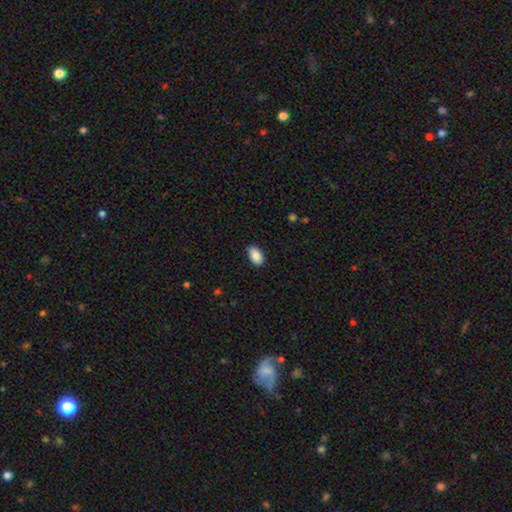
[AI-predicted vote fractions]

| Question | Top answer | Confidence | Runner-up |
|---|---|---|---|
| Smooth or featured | smooth | 90% | star or artifact (7%) |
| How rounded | in between | 93% | round (5%) |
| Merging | none | 86% | minor disturbance (11%) |